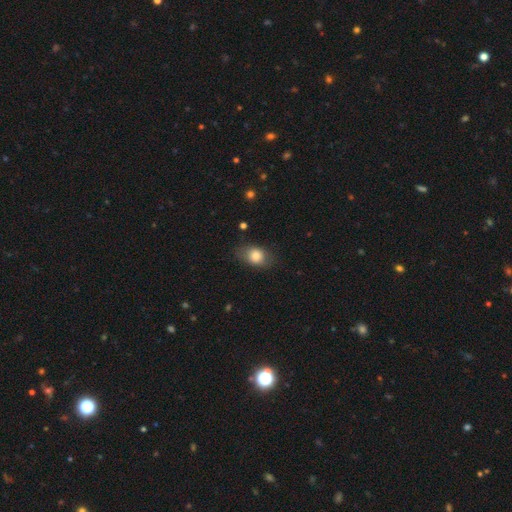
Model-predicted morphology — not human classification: Smooth or featured?
  - smooth: 81% *
  - featured or disk: 11%
  - star or artifact: 8%
How rounded?
  - in between: 69% *
  - round: 30%
  - cigar-shaped: 2%
Merging?
  - none: 73% *
  - minor disturbance: 19%
  - major disturbance: 7%
  - merger: 1%